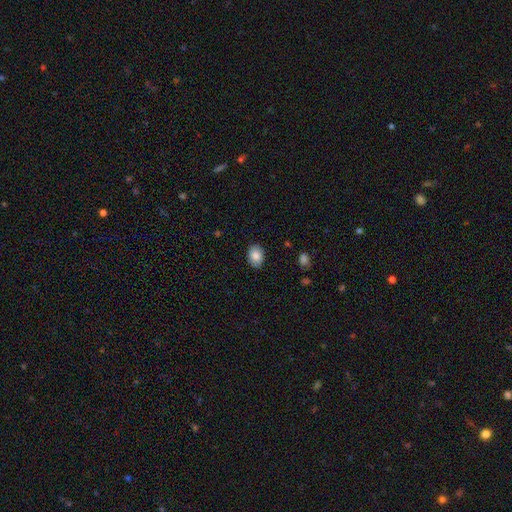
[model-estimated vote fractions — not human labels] Q: Smooth or featured?
A: smooth (85%); runner-up: featured or disk (7%)
Q: How rounded?
A: in between (76%); runner-up: round (23%)
Q: Merging?
A: none (87%); runner-up: minor disturbance (9%)